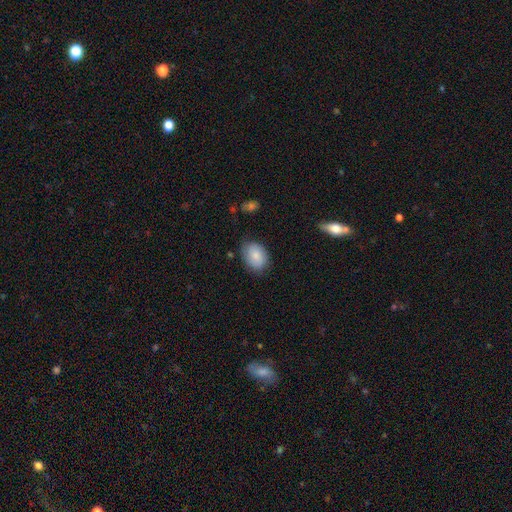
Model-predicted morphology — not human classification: The model was most divided on "merging": none: 73%, minor disturbance: 21%, major disturbance: 5%, merger: 2%. More confident: smooth or featured — smooth (80%); how rounded — in between (77%).